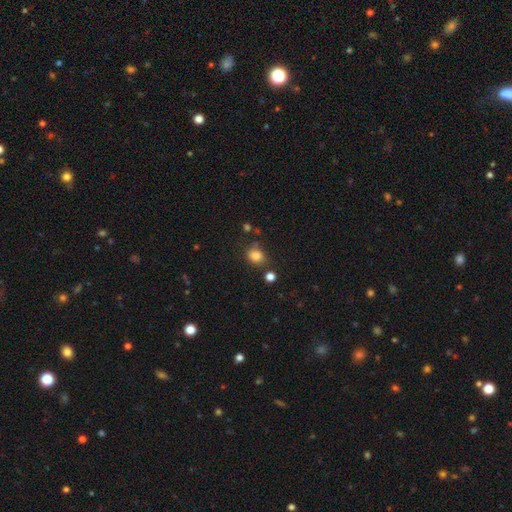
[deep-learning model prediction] Smooth or featured: smooth — 83% (star or artifact — 12%)
How rounded: round — 59% (in between — 40%)
Merging: none — 69% (minor disturbance — 17%)